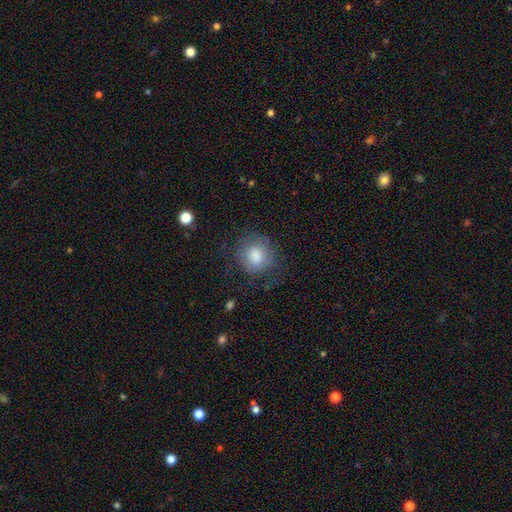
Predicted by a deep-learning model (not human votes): This appears to be a smooth galaxy with no disk features (74%) that is round (81%). Merging: none (68%).